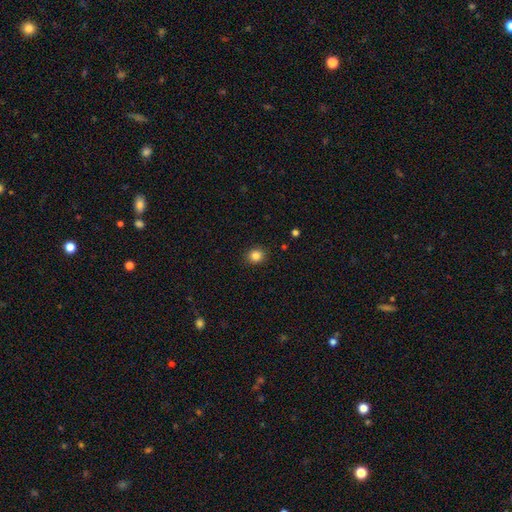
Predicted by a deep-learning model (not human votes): This is clearly a smooth galaxy (84%). How rounded: likely round (80%). Merging: clearly none (90%).